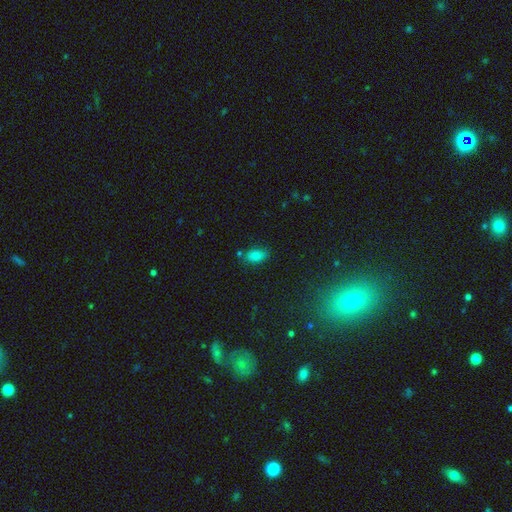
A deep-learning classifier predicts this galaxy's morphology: Overall: smooth (77%). How rounded: in between (89%). Merging: none (75%).